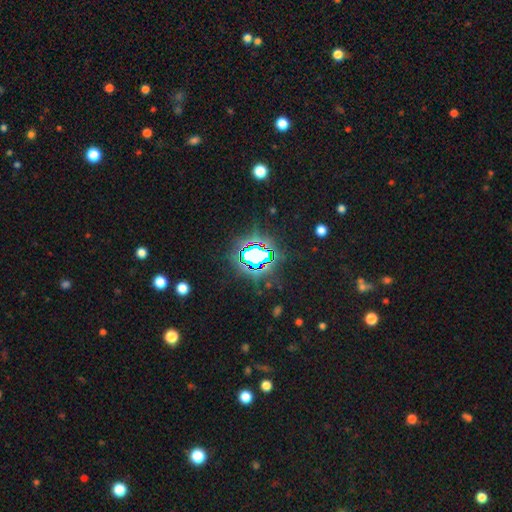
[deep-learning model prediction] star or artifact 76%, smooth 14%, featured or disk 11%.